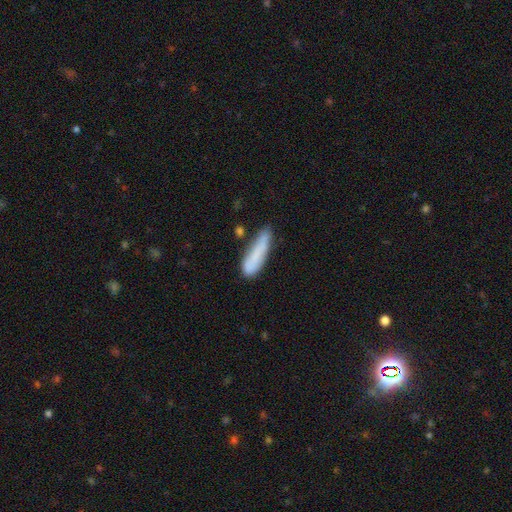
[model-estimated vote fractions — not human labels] This is likely a smooth galaxy (77%). How rounded: likely cigar-shaped (74%). Merging: possibly none (59%).